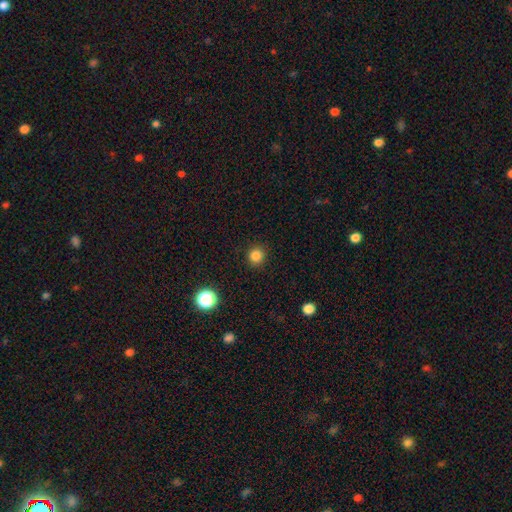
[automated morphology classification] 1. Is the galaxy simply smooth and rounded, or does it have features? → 83% smooth, 13% star or artifact, 4% featured or disk.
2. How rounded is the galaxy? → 93% round, 7% in between, 1% cigar-shaped.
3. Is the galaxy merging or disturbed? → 91% none, 6% minor disturbance, 2% major disturbance, 1% merger.